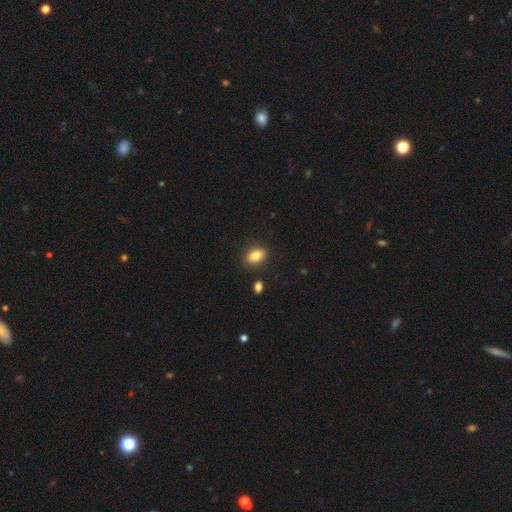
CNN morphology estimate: This is clearly a smooth galaxy (83%). How rounded: clearly in between (83%). Merging: clearly none (87%).